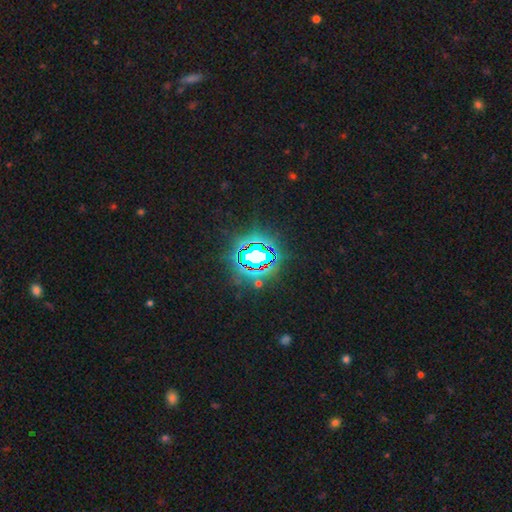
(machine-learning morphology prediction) smooth-or-featured: star or artifact: 77% | smooth: 12% | featured or disk: 10%